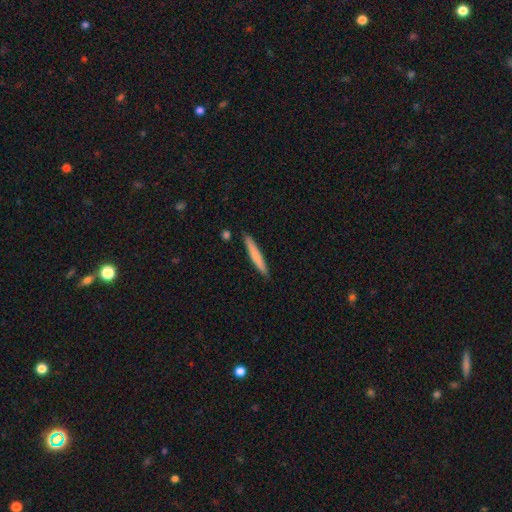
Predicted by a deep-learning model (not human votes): This is likely a smooth galaxy (70%). How rounded: clearly cigar-shaped (95%). Merging: clearly none (89%).